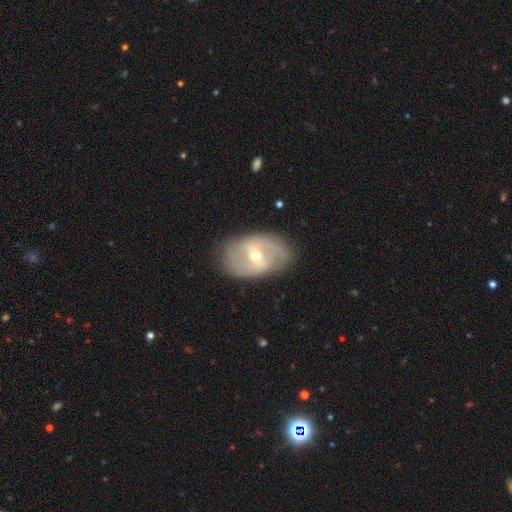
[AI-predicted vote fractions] Smooth or featured? featured or disk (78%)
Edge-on disk? no (95%)
Bar? weak (52%)
Spiral arms? yes (84%)
Spiral winding? medium (41%)
Spiral arm count? 2 (70%)
Bulge size? moderate (53%)
Merging? none (79%)